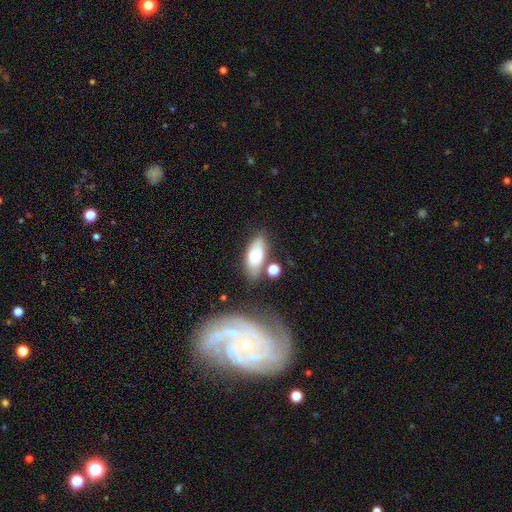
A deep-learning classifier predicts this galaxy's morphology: Smooth or featured?
  - smooth: 68% *
  - featured or disk: 23%
  - star or artifact: 9%
How rounded?
  - in between: 82% *
  - cigar-shaped: 14%
  - round: 3%
Merging?
  - none: 57% *
  - minor disturbance: 22%
  - merger: 13%
  - major disturbance: 8%